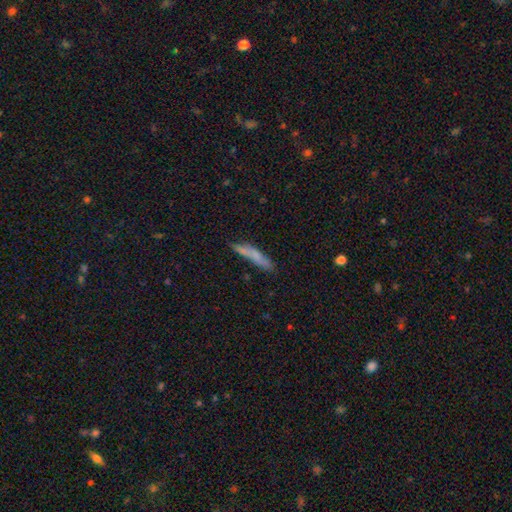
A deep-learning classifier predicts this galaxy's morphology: This is likely a smooth galaxy (71%). How rounded: clearly cigar-shaped (86%). Merging: likely none (68%).